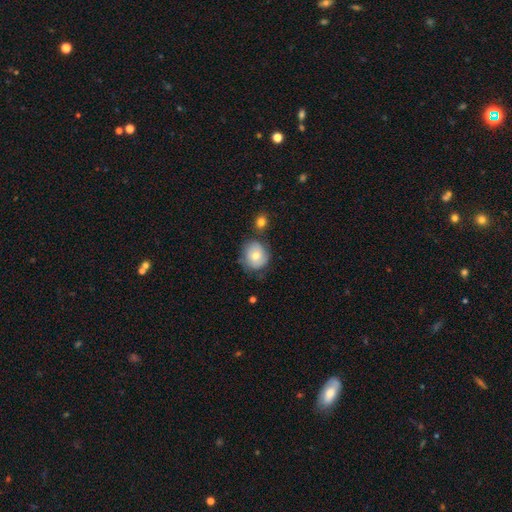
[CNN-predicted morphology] Overall: smooth (64%; featured or disk 28%). How rounded: round (79%). Merging: none (63%; minor disturbance 23%).